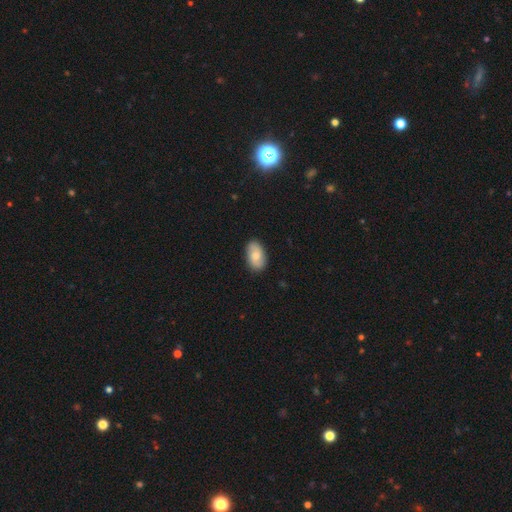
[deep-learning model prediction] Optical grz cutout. It shows a smooth galaxy with no disk features (69%) that is in between round and cigar-shaped (92%). Merging: none (85%).